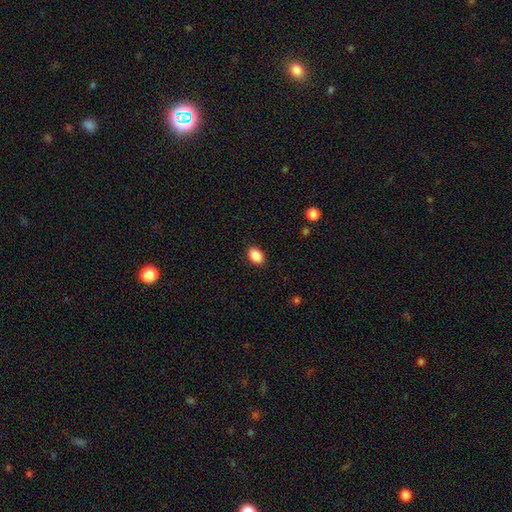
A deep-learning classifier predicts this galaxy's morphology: Smooth or featured?
  - smooth: 89% *
  - star or artifact: 8%
  - featured or disk: 3%
How rounded?
  - in between: 82% *
  - round: 17%
  - cigar-shaped: 1%
Merging?
  - none: 88% *
  - minor disturbance: 8%
  - major disturbance: 2%
  - merger: 1%